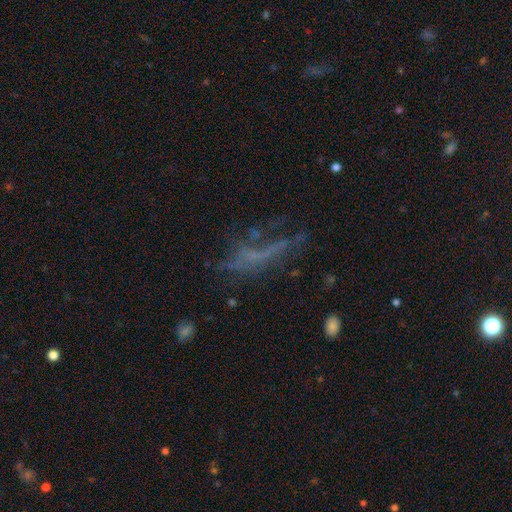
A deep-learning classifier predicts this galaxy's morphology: Smooth or featured: featured or disk — 40% (smooth — 32%)
Merging: none — 44% (major disturbance — 30%)